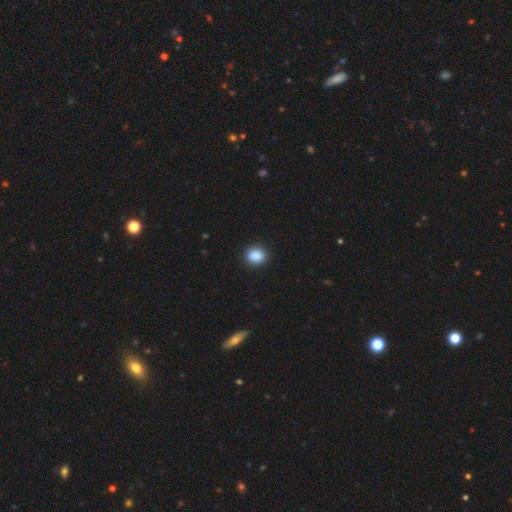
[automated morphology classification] Q: Smooth or featured?
A: smooth (88%); runner-up: star or artifact (9%)
Q: How rounded?
A: round (60%); runner-up: in between (38%)
Q: Merging?
A: none (89%); runner-up: minor disturbance (8%)